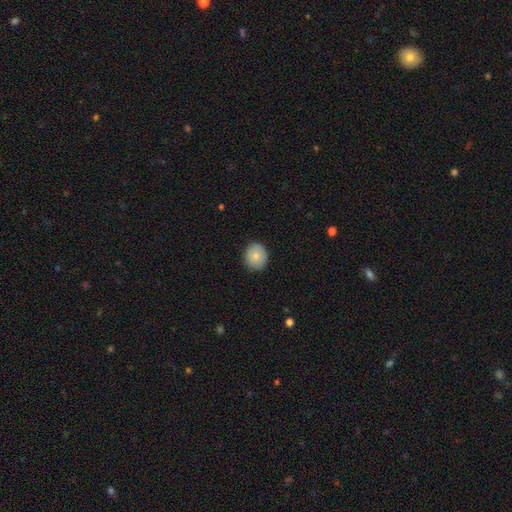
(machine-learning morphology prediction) smooth-or-featured: smooth: 80% | featured or disk: 13% | star or artifact: 8%
  how-rounded: round: 79% | in between: 20% | cigar-shaped: 1%
  merging: none: 87% | minor disturbance: 10% | major disturbance: 2% | merger: 1%